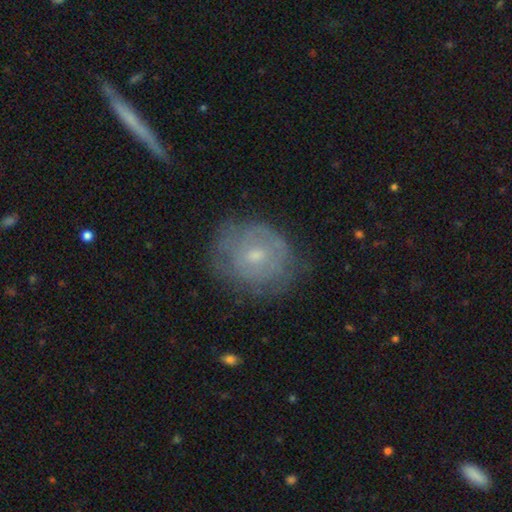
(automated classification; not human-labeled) Smooth or featured?
  - featured or disk: 54% *
  - smooth: 38%
  - star or artifact: 8%
Edge-on disk?
  - no: 97% *
  - yes: 3%
Bar?
  - no: 68% *
  - weak: 28%
  - strong: 4%
Spiral arms?
  - yes: 54% *
  - no: 46%
Bulge size?
  - small: 55% *
  - moderate: 39%
  - none: 3%
  - large: 2%
  - dominant: 1%
Merging?
  - none: 66% *
  - minor disturbance: 22%
  - major disturbance: 10%
  - merger: 1%